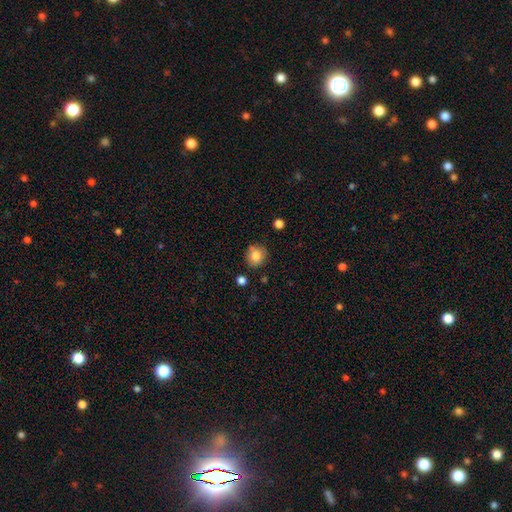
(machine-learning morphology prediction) This appears to be a smooth galaxy with no disk features (80%) that is round (82%). Merging: none (78%).